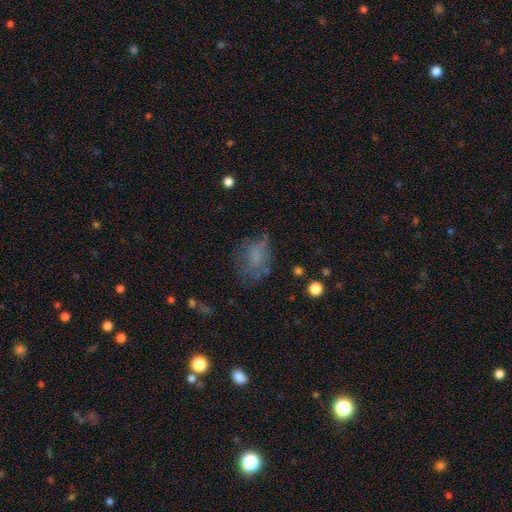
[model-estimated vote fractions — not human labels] smooth 59%, featured or disk 25%, star or artifact 16%. Down the decision tree: how rounded — in between (68%); merging — none (51%).